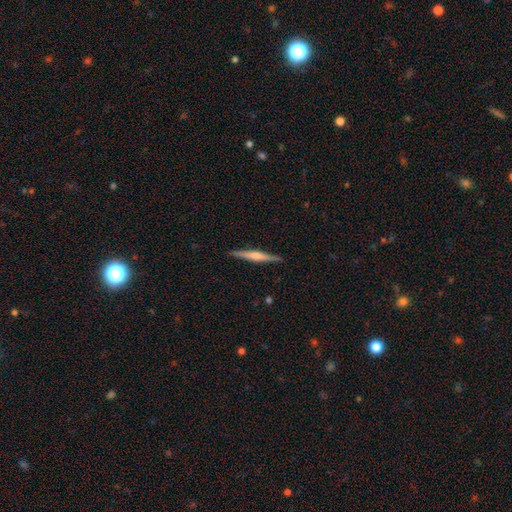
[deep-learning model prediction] featured or disk 62%, smooth 32%, star or artifact 5%. Down the decision tree: edge-on disk — yes (98%); edge-on bulge — rounded (67%); merging — none (91%).